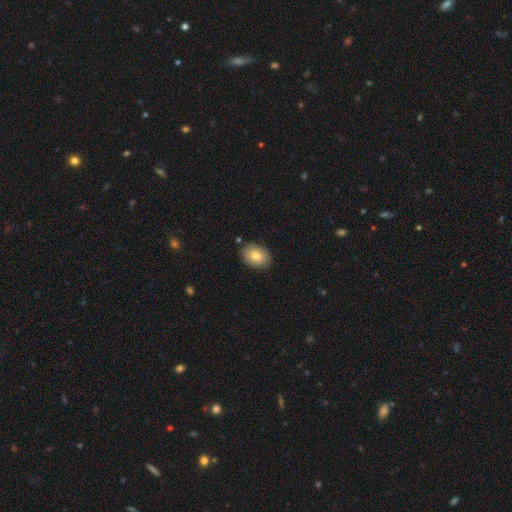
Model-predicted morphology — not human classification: This is clearly a smooth galaxy (82%). How rounded: likely in between (76%). Merging: clearly none (87%).